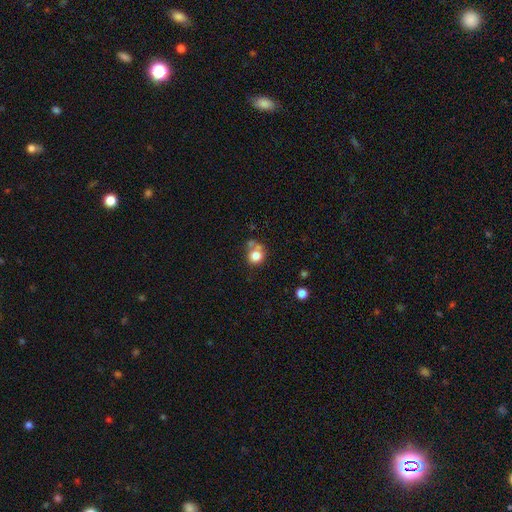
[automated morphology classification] Smooth or featured? smooth (79%)
How rounded? round (83%)
Merging? none (51%)